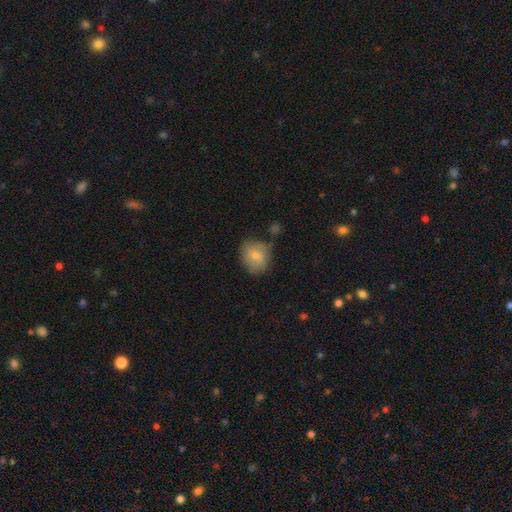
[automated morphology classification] Smooth or featured: smooth — 63% (featured or disk — 30%)
How rounded: round — 70% (in between — 29%)
Merging: none — 67% (minor disturbance — 22%)